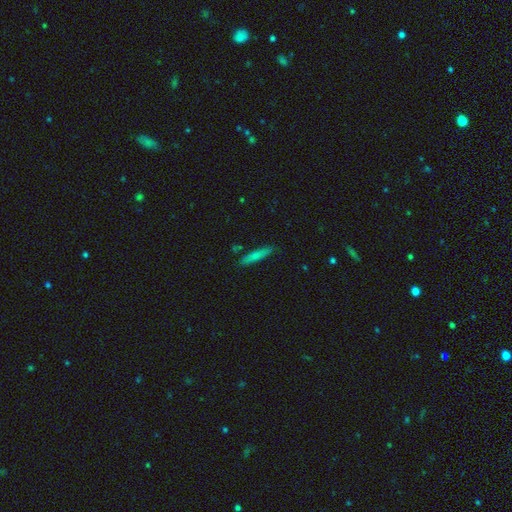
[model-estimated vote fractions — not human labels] The model was most divided on "smooth or featured": smooth: 67%, featured or disk: 27%, star or artifact: 7%. More confident: how rounded — cigar-shaped (90%); merging — none (85%).